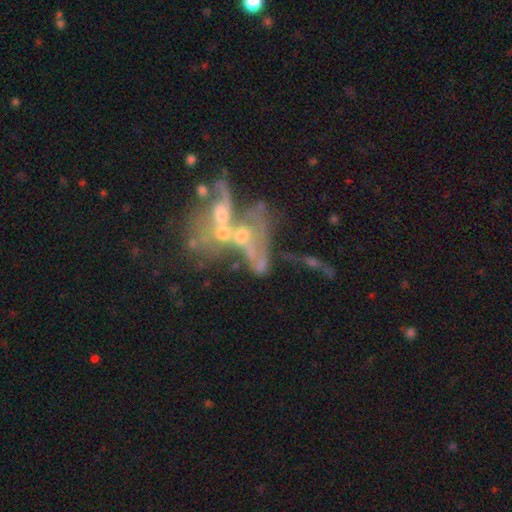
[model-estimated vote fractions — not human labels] featured or disk 62%, smooth 19%, star or artifact 19%. Down the decision tree: edge-on disk — no (94%); bar — no (84%); spiral arms — no (78%); bulge size — moderate (35%); merging — merger (65%).